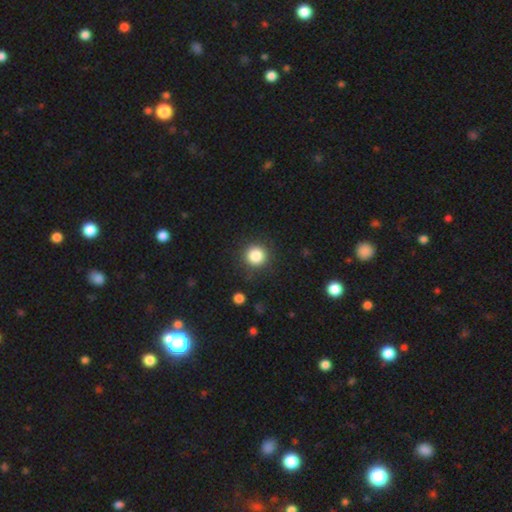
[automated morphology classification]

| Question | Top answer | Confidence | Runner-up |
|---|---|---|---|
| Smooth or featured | smooth | 85% | star or artifact (10%) |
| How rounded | round | 95% | in between (4%) |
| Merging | none | 88% | minor disturbance (7%) |